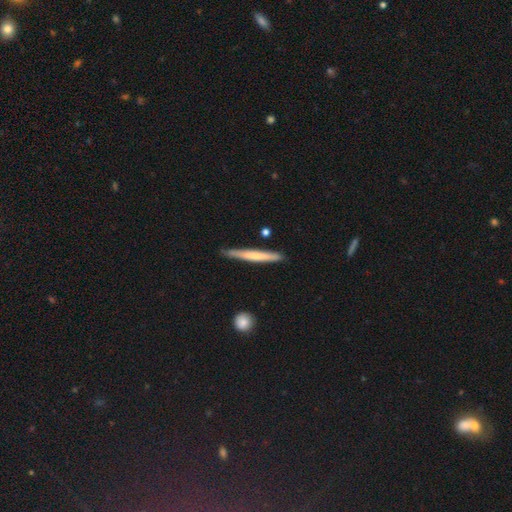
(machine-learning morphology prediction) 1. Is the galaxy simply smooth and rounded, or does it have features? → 58% smooth, 37% featured or disk, 5% star or artifact.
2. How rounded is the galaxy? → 96% cigar-shaped, 3% in between, 1% round.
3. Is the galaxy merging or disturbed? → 81% none, 14% minor disturbance, 2% major disturbance, 2% merger.